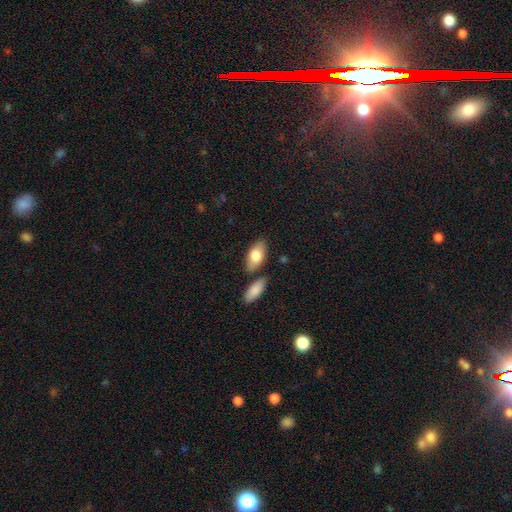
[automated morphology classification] Smooth or featured? Predicted: smooth (p=0.78). How rounded? Predicted: in between (p=0.91). Merging? Predicted: none (p=0.75).